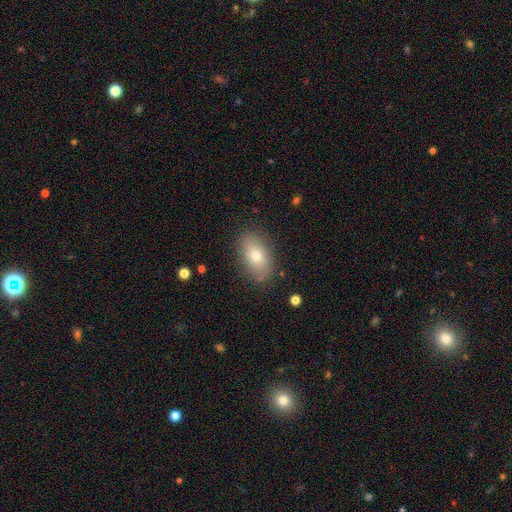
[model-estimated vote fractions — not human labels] smooth 77%, featured or disk 15%, star or artifact 8%. Down the decision tree: how rounded — in between (91%); merging — none (85%).